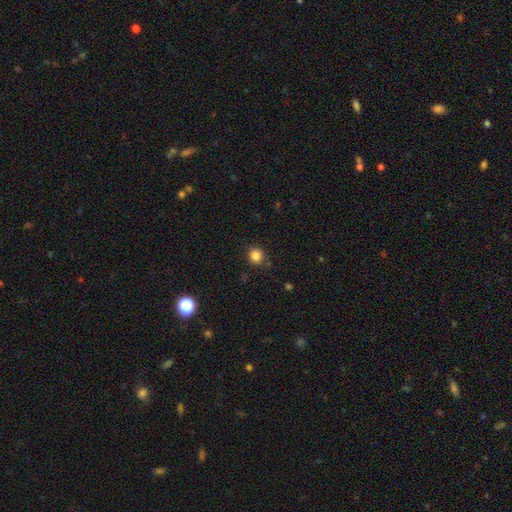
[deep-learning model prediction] Smooth or featured? Predicted: smooth (p=0.83). How rounded? Predicted: round (p=0.89). Merging? Predicted: none (p=0.88).